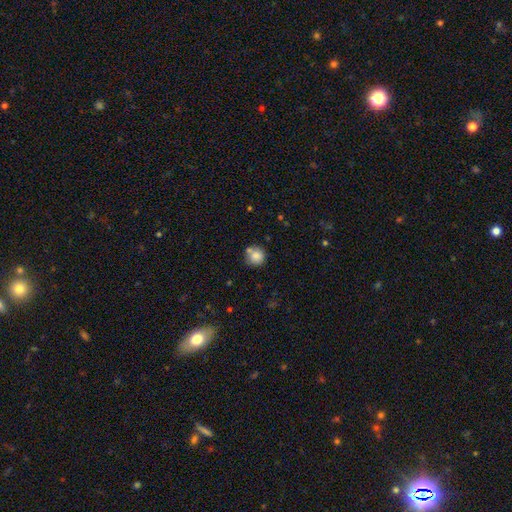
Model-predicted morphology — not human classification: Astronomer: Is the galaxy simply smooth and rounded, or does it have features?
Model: smooth — 82%.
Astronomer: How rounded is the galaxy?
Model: round — 92%.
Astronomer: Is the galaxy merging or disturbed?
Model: none — 68%.